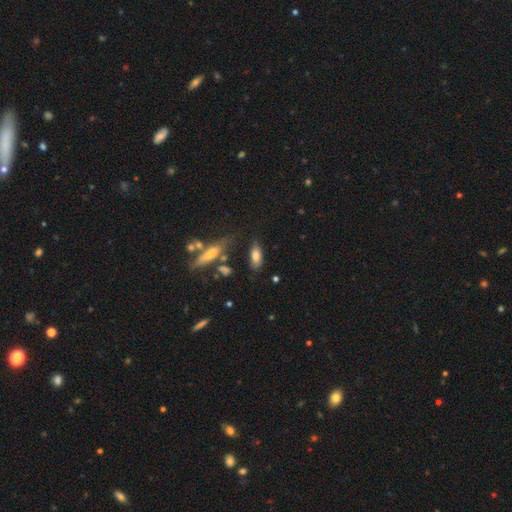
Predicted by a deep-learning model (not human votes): A smooth galaxy with no disk features (77%) that is in between round and cigar-shaped (75%).

Vote fractions:
- Smooth or featured? smooth: 77% / featured or disk: 15% / star or artifact: 8%
- How rounded? in between: 75% / cigar-shaped: 22% / round: 3%
- Merging? none: 69% / minor disturbance: 18% / merger: 7% / major disturbance: 6%